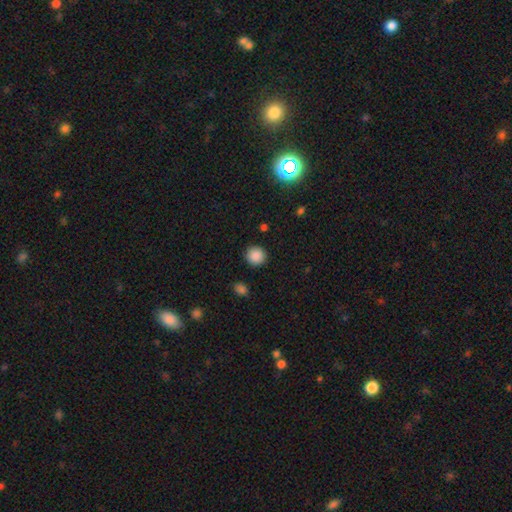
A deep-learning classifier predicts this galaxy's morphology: Q: Smooth or featured?
A: smooth (88%); runner-up: star or artifact (10%)
Q: How rounded?
A: round (93%); runner-up: in between (6%)
Q: Merging?
A: none (90%); runner-up: minor disturbance (6%)